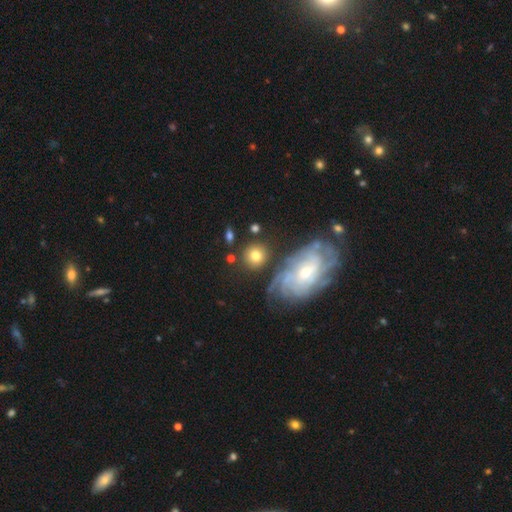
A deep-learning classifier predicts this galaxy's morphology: Smooth or featured: smooth — 69% (featured or disk — 23%)
How rounded: round — 85% (in between — 14%)
Merging: none — 77% (minor disturbance — 10%)